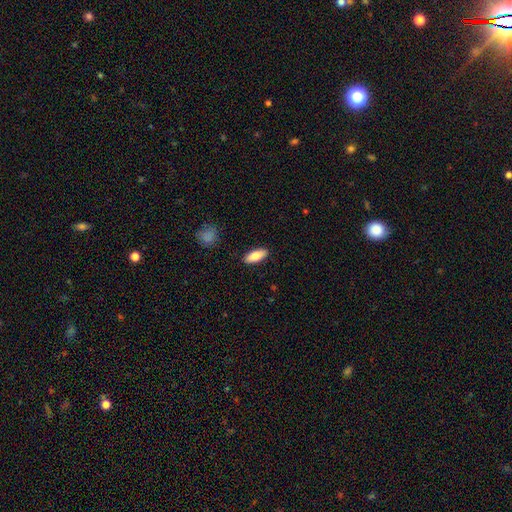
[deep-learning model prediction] Overall: smooth (82%). How rounded: in between (79%). Merging: none (89%).